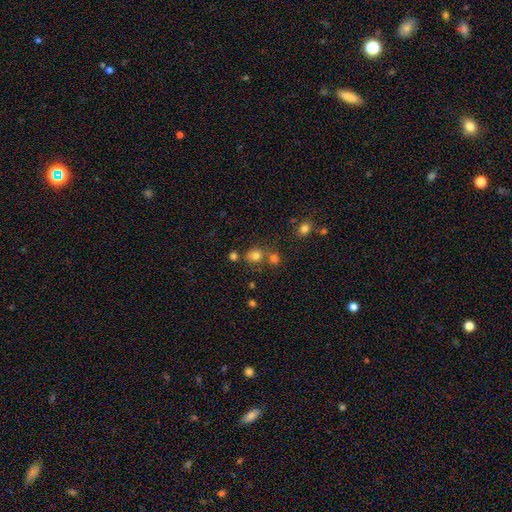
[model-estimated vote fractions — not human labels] The model was most divided on "merging": none: 56%, merger: 30%, minor disturbance: 10%, major disturbance: 4%. More confident: smooth or featured — smooth (76%); how rounded — round (72%).